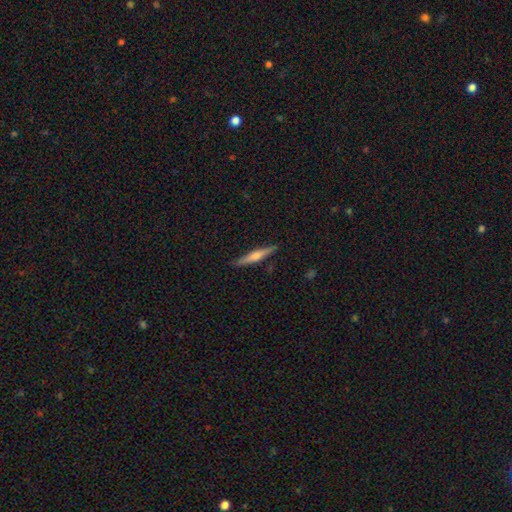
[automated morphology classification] featured or disk 59%, smooth 35%, star or artifact 6%. Down the decision tree: edge-on disk — yes (97%); edge-on bulge — rounded (81%); merging — none (90%).